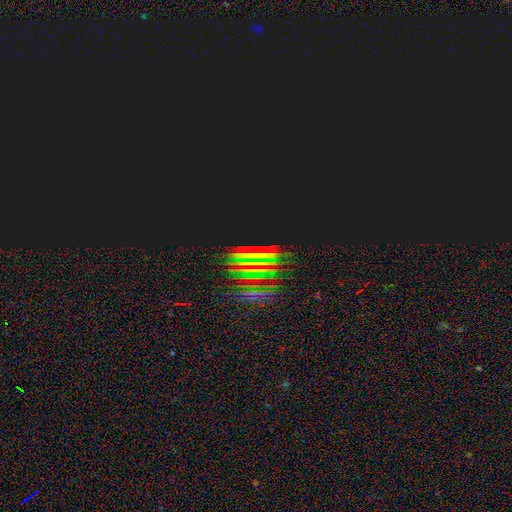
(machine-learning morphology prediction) A star or artifact, not a galaxy (79%).

Vote fractions:
- Smooth or featured? star or artifact: 79% / smooth: 12% / featured or disk: 9%